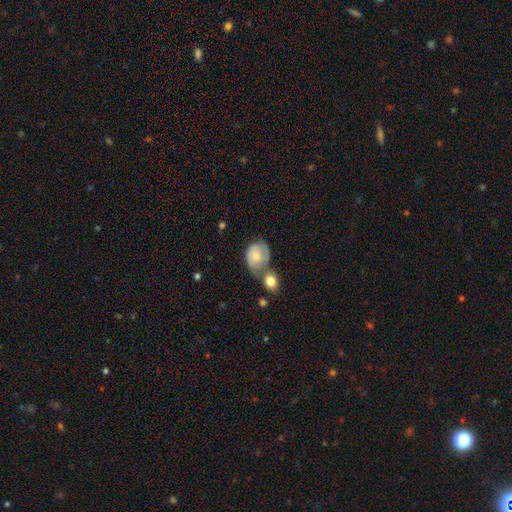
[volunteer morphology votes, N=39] smooth_or_featured: smooth (p=0.72) [alt: featured or disk p=0.18]
how_rounded: in between (p=0.68) [alt: round p=0.32]
merging: merger (p=0.54) [alt: minor disturbance p=0.23]